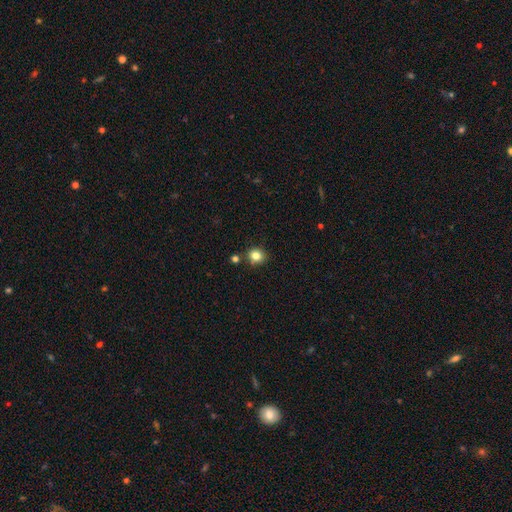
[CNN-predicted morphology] smooth 82%, star or artifact 12%, featured or disk 6%. Down the decision tree: how rounded — round (85%); merging — none (83%).